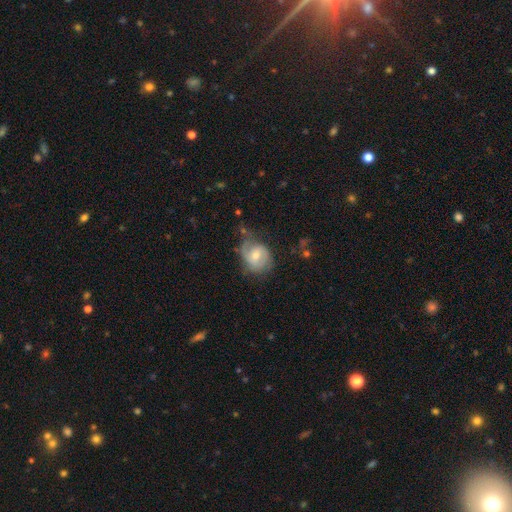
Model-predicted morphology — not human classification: Smooth or featured? Predicted: featured or disk (p=0.52). Edge-on disk? Predicted: no (p=0.96). Bar? Predicted: no (p=0.49). Spiral arms? Predicted: yes (p=0.75). Bulge size? Predicted: moderate (p=0.60). Merging? Predicted: none (p=0.46).